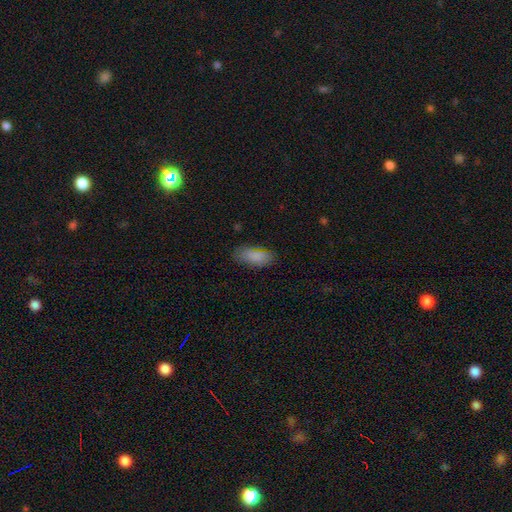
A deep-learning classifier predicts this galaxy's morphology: The model was most divided on "merging": none: 76%, minor disturbance: 18%, major disturbance: 5%, merger: 1%. More confident: how rounded — in between (89%); smooth or featured — smooth (85%).